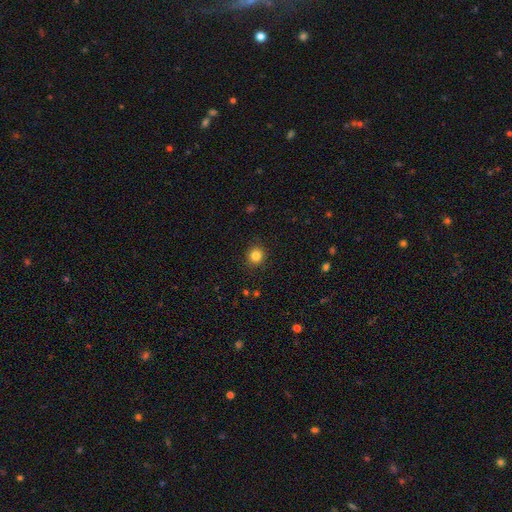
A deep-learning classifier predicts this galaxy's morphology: Smooth or featured: smooth — 83% (star or artifact — 12%)
How rounded: round — 91% (in between — 8%)
Merging: none — 91% (minor disturbance — 6%)